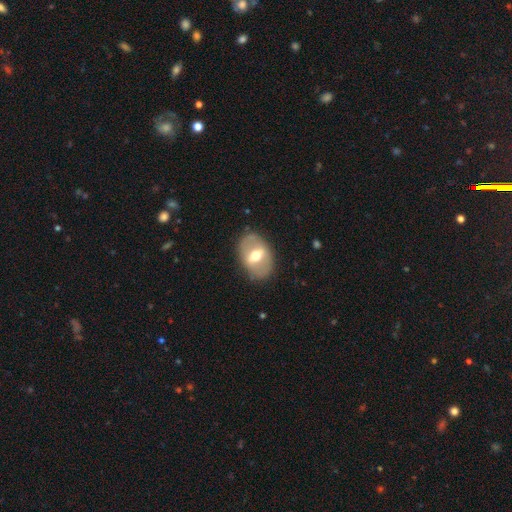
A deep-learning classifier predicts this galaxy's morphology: This appears to be a featured or disk galaxy (54%). Merging: none (81%).